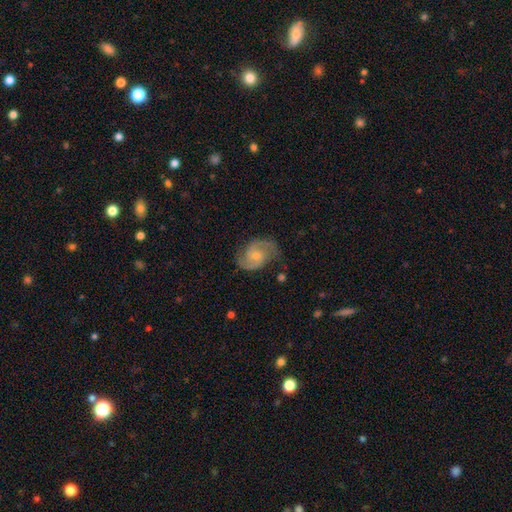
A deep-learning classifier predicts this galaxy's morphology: smooth_or_featured: featured or disk (p=0.84) [alt: smooth p=0.10]
disk_edge_on: no (p=0.98) [alt: yes p=0.02]
bar: no (p=0.56) [alt: weak p=0.39]
has_spiral_arms: yes (p=0.97) [alt: no p=0.03]
spiral_winding: medium (p=0.56) [alt: tight p=0.24]
spiral_arm_count: 2 (p=0.91) [alt: can't tell p=0.04]
bulge_size: small (p=0.50) [alt: moderate p=0.42]
merging: none (p=0.73) [alt: minor disturbance p=0.18]